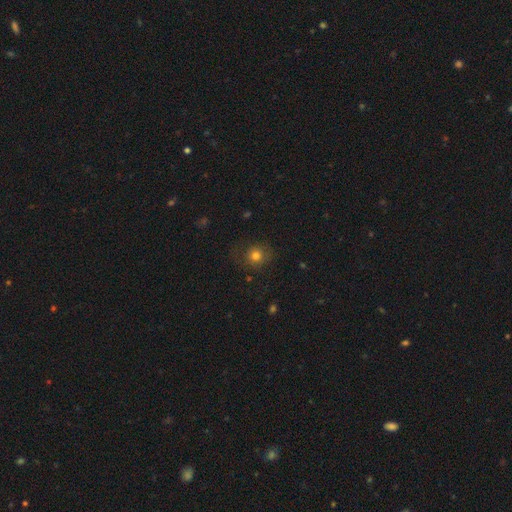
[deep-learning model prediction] smooth 75%, star or artifact 14%, featured or disk 10%. Down the decision tree: how rounded — round (84%); merging — none (74%).